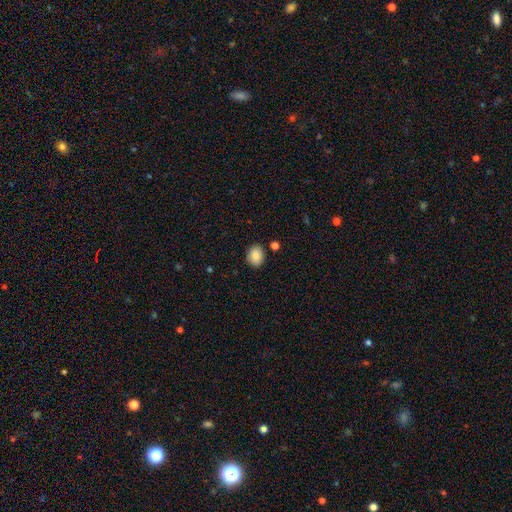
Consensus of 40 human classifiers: This is clearly a smooth galaxy (85%). How rounded: possibly round (50%). Merging: likely none (74%).